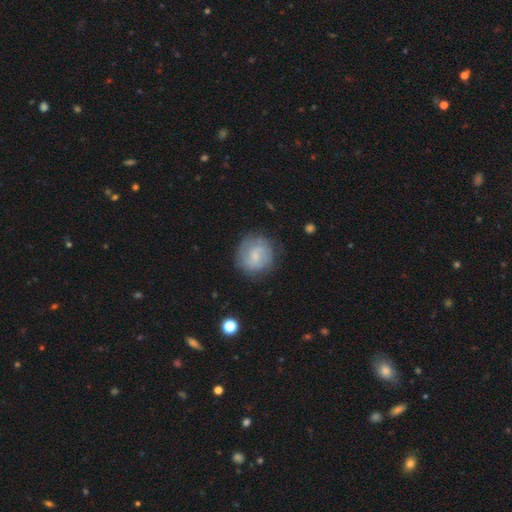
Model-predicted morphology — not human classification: smooth_or_featured: featured or disk (p=0.49) [alt: smooth p=0.43]
merging: none (p=0.76) [alt: minor disturbance p=0.16]